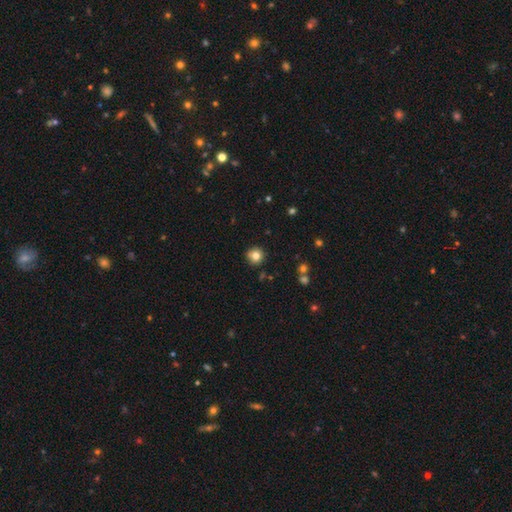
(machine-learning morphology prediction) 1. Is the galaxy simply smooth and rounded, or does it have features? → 81% smooth, 12% star or artifact, 7% featured or disk.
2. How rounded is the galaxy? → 94% round, 5% in between, 1% cigar-shaped.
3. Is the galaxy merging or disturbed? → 88% none, 8% minor disturbance, 2% merger, 2% major disturbance.